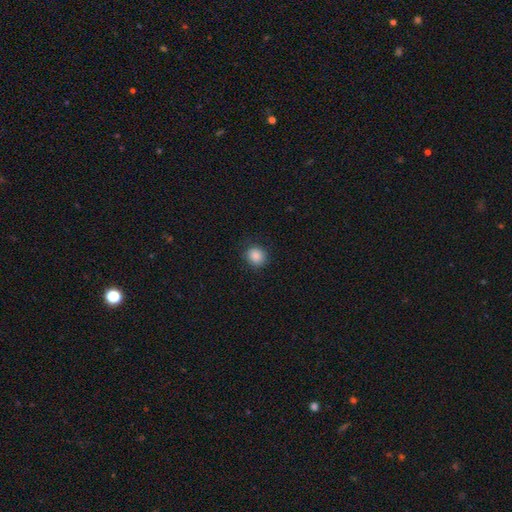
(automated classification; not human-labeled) Smooth or featured? Predicted: smooth (p=0.88). How rounded? Predicted: round (p=0.81). Merging? Predicted: none (p=0.86).